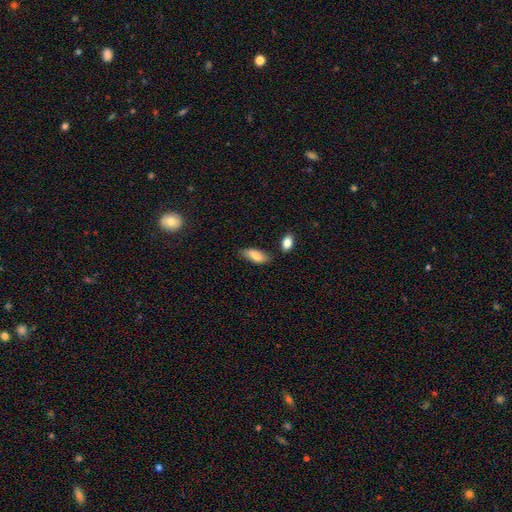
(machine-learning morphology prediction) A smooth galaxy with no disk features (79%) that is in between round and cigar-shaped (82%). Merging: none (74%).